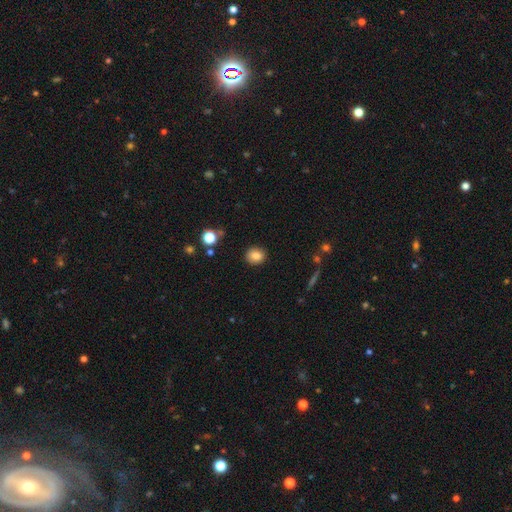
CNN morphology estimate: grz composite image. It shows a smooth galaxy with no disk features (84%) that is round (73%). Merging: none (88%).